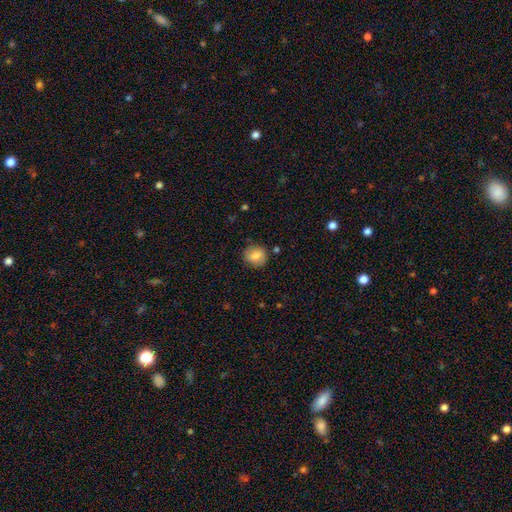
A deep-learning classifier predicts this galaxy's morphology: The model was most divided on "how rounded": round: 74%, in between: 25%, cigar-shaped: 1%. More confident: merging — none (80%); smooth or featured — smooth (79%).